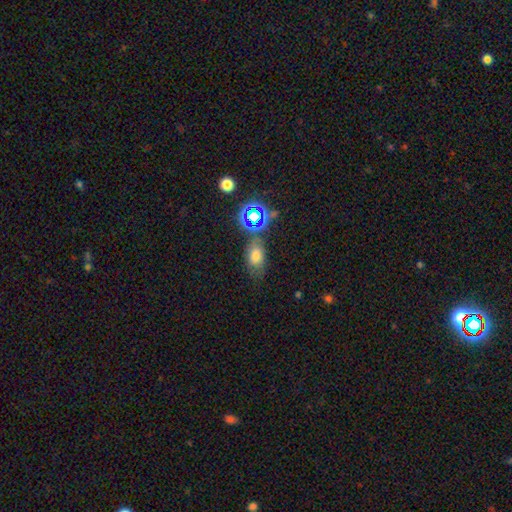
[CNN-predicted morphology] smooth_or_featured: smooth (p=0.64) [alt: star or artifact p=0.23]
how_rounded: in between (p=0.83) [alt: round p=0.14]
merging: none (p=0.65) [alt: minor disturbance p=0.19]